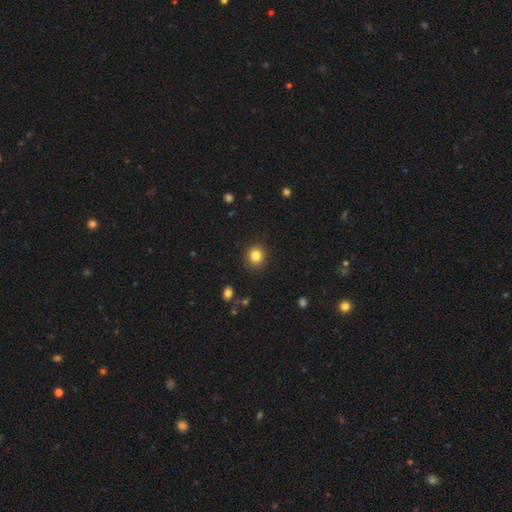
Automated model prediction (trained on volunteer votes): Smooth or featured? smooth (83%)
How rounded? round (88%)
Merging? none (91%)